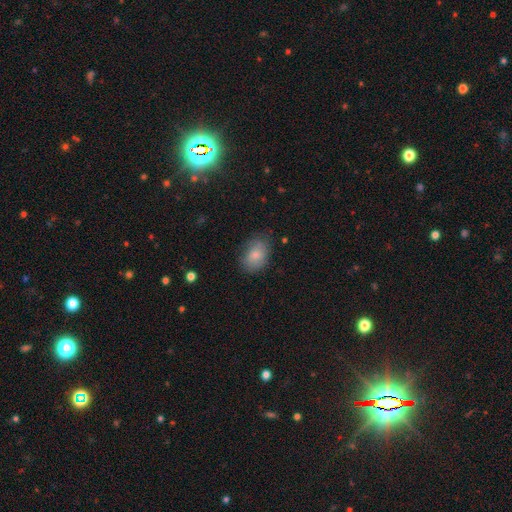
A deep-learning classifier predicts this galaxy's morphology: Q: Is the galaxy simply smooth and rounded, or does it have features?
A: smooth — 80%.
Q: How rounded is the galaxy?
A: in between — 82%.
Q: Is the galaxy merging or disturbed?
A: none — 71%.